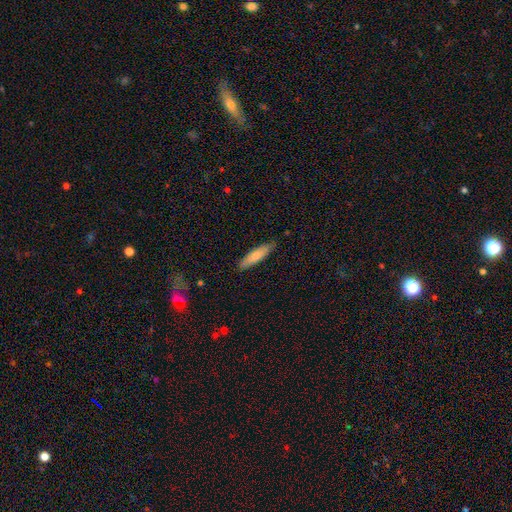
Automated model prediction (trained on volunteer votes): Smooth or featured? Predicted: smooth (p=0.75). How rounded? Predicted: cigar-shaped (p=0.74). Merging? Predicted: none (p=0.86).